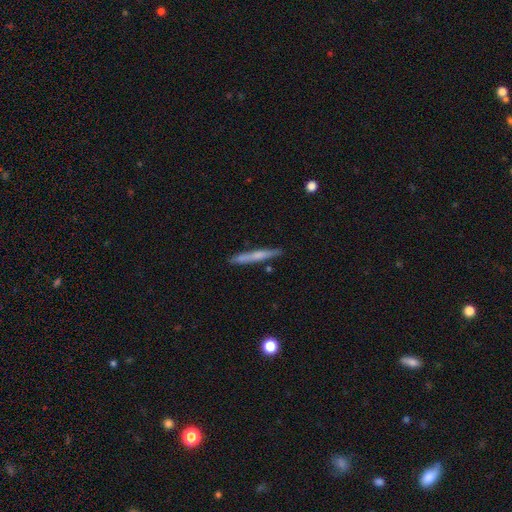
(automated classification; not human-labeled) Overall: smooth (50%; featured or disk 44%). How rounded: cigar-shaped (96%). Merging: none (88%).